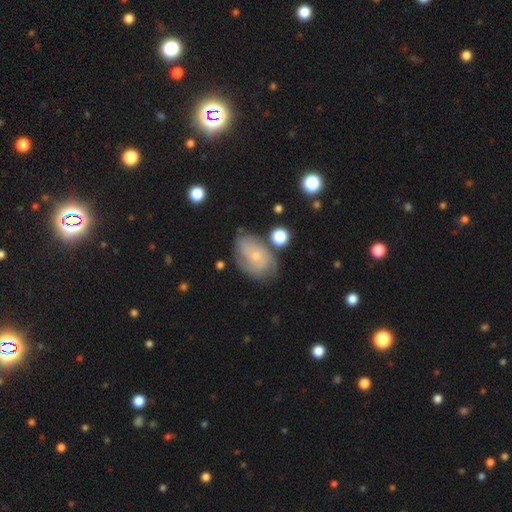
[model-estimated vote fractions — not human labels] Overall: featured or disk (66%). Edge-on disk: no (96%). Bar: no (78%). Spiral arms: yes (85%). Spiral arm count: can't tell (41%; 2 24%). Spiral winding: tight (54%; medium 33%). Bulge size: small (77%). Merging: none (68%).